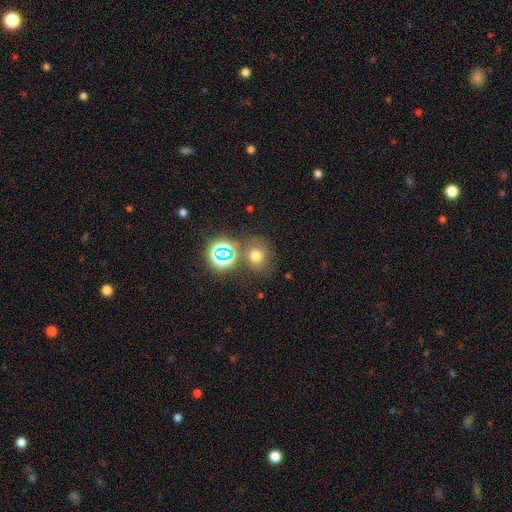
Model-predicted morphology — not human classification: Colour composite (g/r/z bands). It shows a smooth galaxy with no disk features (63%) that is round (72%). Merging: none (68%).